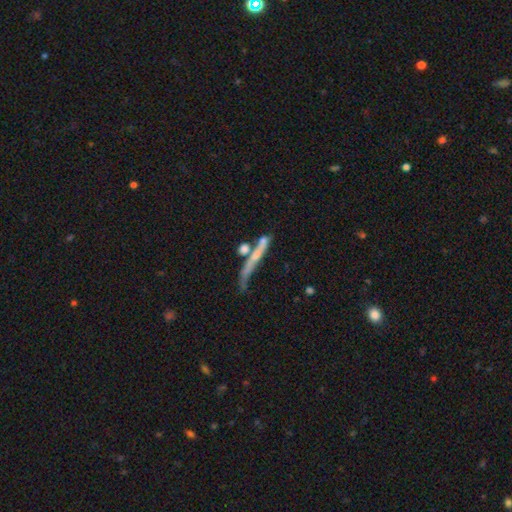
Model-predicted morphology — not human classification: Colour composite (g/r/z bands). It shows a featured or disk galaxy (48%). Merging: none (41%).